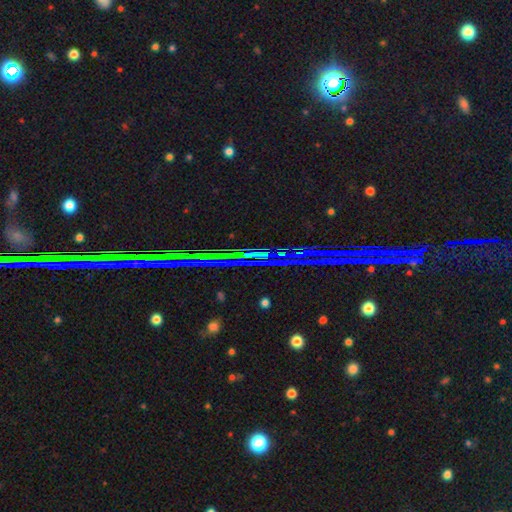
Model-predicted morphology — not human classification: This appears to be a star or artifact, not a galaxy (83%).